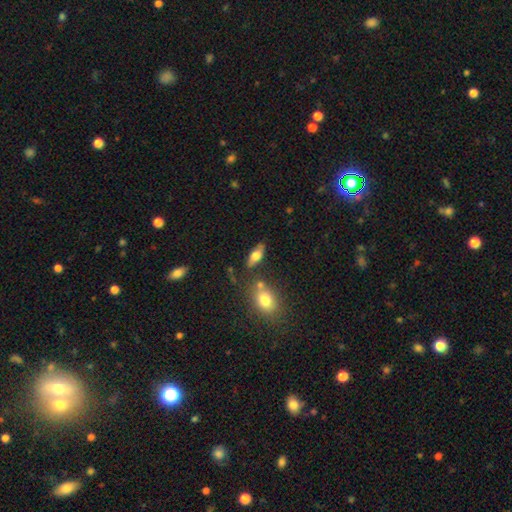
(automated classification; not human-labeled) A smooth galaxy with no disk features (67%) that is in between round and cigar-shaped (80%).

Vote fractions:
- Smooth or featured? smooth: 67% / featured or disk: 25% / star or artifact: 8%
- How rounded? in between: 80% / cigar-shaped: 16% / round: 4%
- Merging? none: 72% / minor disturbance: 15% / merger: 9% / major disturbance: 4%